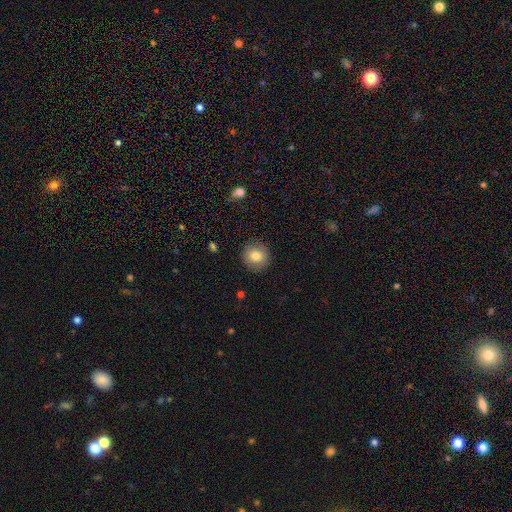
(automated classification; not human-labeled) Smooth or featured?
  - smooth: 81% *
  - featured or disk: 10%
  - star or artifact: 9%
How rounded?
  - round: 92% *
  - in between: 7%
  - cigar-shaped: 1%
Merging?
  - none: 90% *
  - minor disturbance: 7%
  - major disturbance: 2%
  - merger: 1%